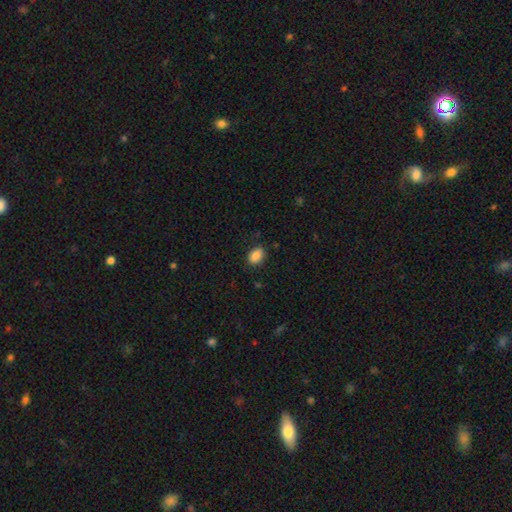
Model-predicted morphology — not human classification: Smooth or featured? Predicted: smooth (p=0.88). How rounded? Predicted: in between (p=0.82). Merging? Predicted: none (p=0.84).